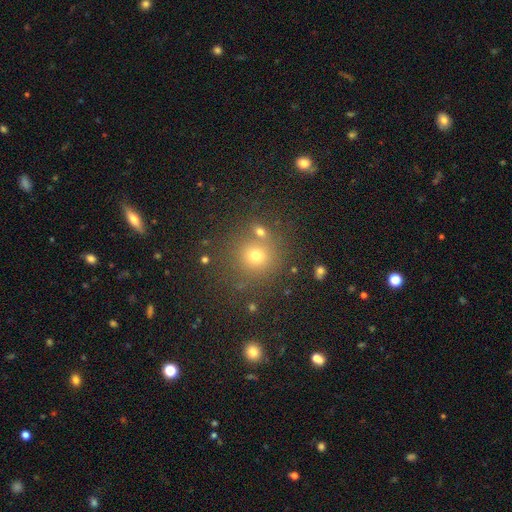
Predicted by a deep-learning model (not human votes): Overall: smooth (69%). How rounded: round (90%). Merging: none (74%).